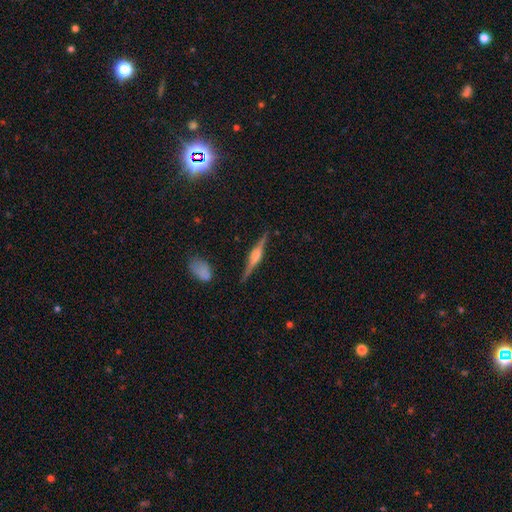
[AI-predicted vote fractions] Smooth or featured? Predicted: featured or disk (p=0.77). Edge-on disk? Predicted: yes (p=0.98). Edge-on bulge? Predicted: rounded (p=0.73). Merging? Predicted: none (p=0.86).